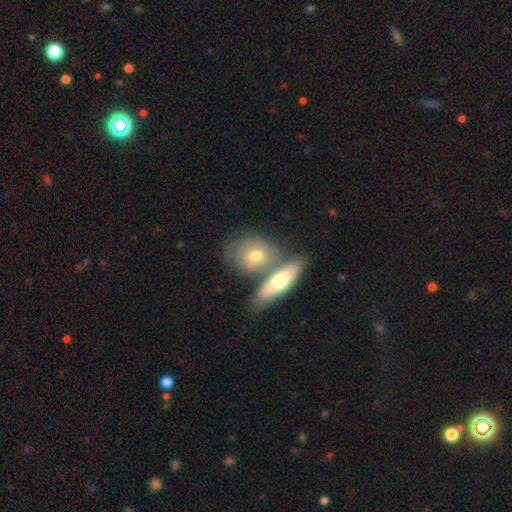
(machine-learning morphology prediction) type=smooth (63%); roundness=in between (58%); merging=none (42%, tied with merger).